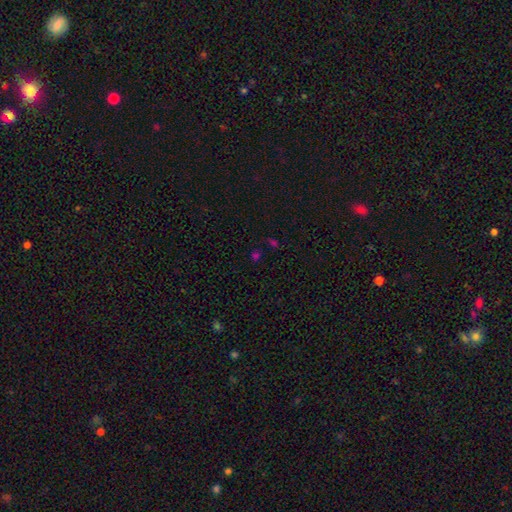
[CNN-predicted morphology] Smooth or featured: star or artifact — 47% (tied with smooth — 47%)